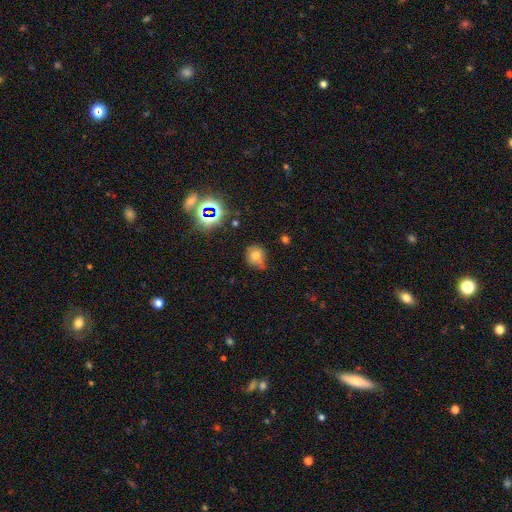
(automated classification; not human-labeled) smooth-or-featured: smooth: 67% | star or artifact: 20% | featured or disk: 13%
  how-rounded: round: 77% | in between: 22% | cigar-shaped: 1%
  merging: none: 58% | minor disturbance: 23% | merger: 12% | major disturbance: 7%